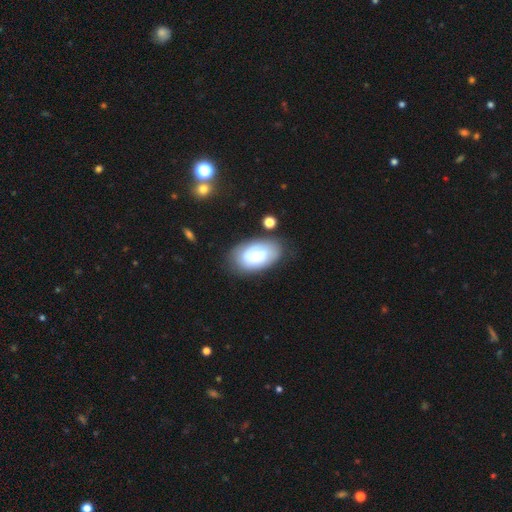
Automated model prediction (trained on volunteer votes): Overall: smooth (53%; featured or disk 39%). How rounded: in between (91%). Merging: none (69%).